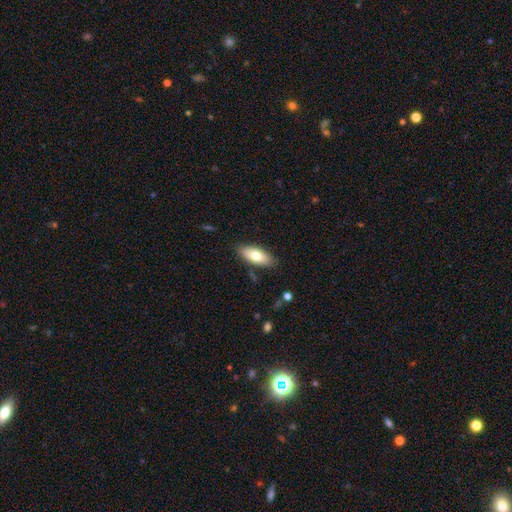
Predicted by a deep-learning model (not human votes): Smooth or featured? Predicted: smooth (p=0.72). How rounded? Predicted: in between (p=0.83). Merging? Predicted: none (p=0.84).